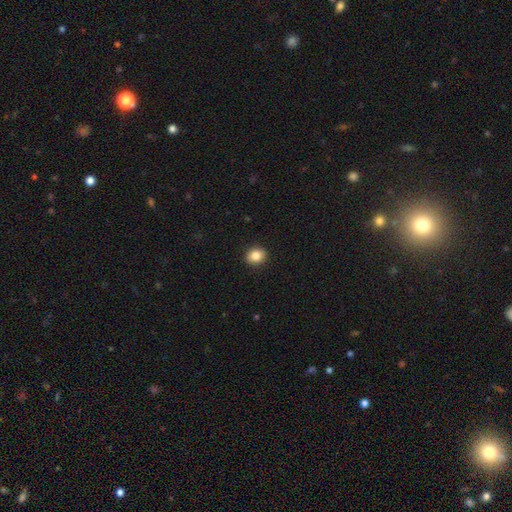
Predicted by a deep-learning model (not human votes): smooth_or_featured: smooth (p=0.86) [alt: star or artifact p=0.09]
how_rounded: round (p=0.61) [alt: in between p=0.38]
merging: none (p=0.91) [alt: minor disturbance p=0.06]